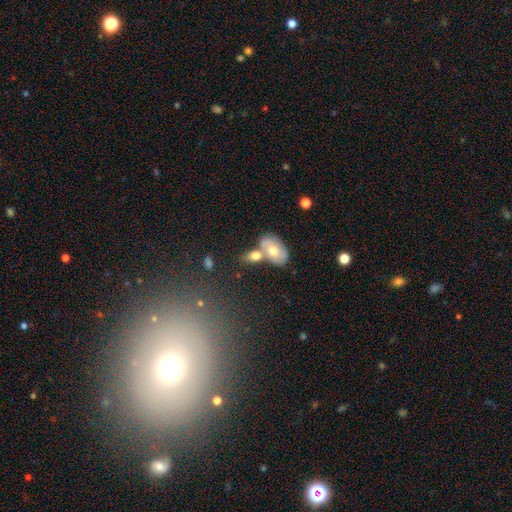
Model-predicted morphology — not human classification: A smooth galaxy with no disk features (65%) that is in between round and cigar-shaped (86%). Merging: merger (53%).